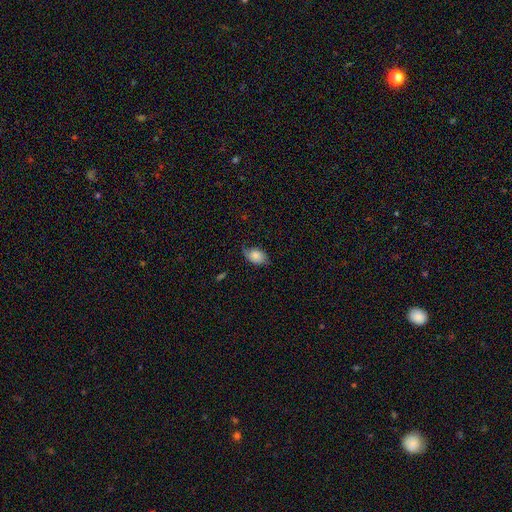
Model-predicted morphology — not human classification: A smooth galaxy with no disk features (74%) that is in between round and cigar-shaped (86%). Merging: none (57%).